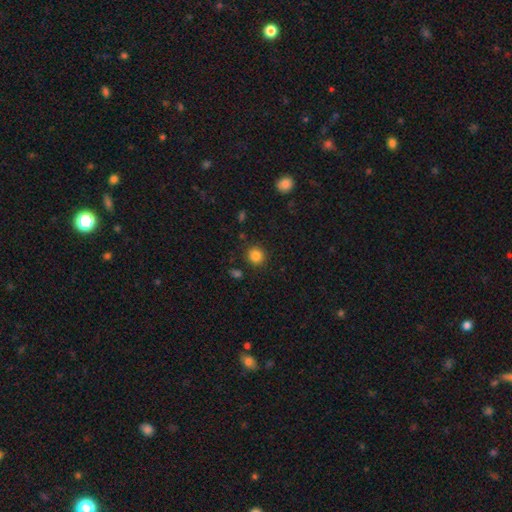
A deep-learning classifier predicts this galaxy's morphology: type=smooth (84%); roundness=round (90%); merging=none (88%).